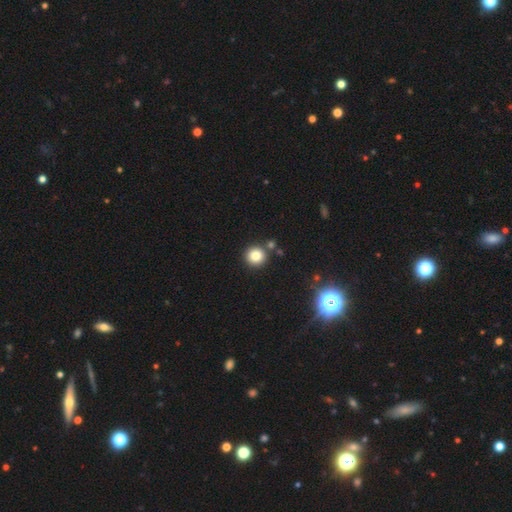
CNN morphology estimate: smooth 83%, star or artifact 11%, featured or disk 6%. Down the decision tree: how rounded — round (94%); merging — none (82%).